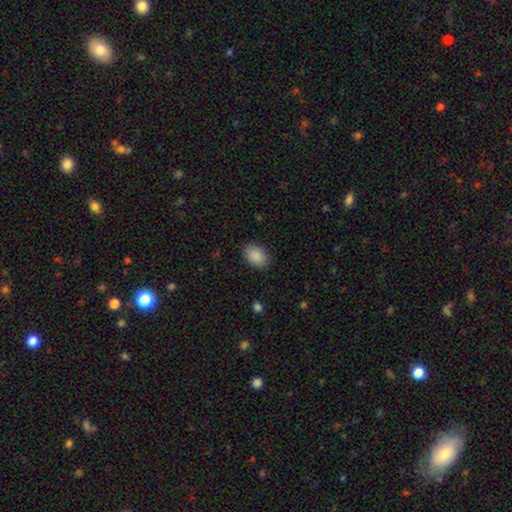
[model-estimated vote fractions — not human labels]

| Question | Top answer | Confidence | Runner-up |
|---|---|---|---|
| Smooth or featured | smooth | 90% | star or artifact (7%) |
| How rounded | in between | 84% | round (15%) |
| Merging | none | 87% | minor disturbance (10%) |